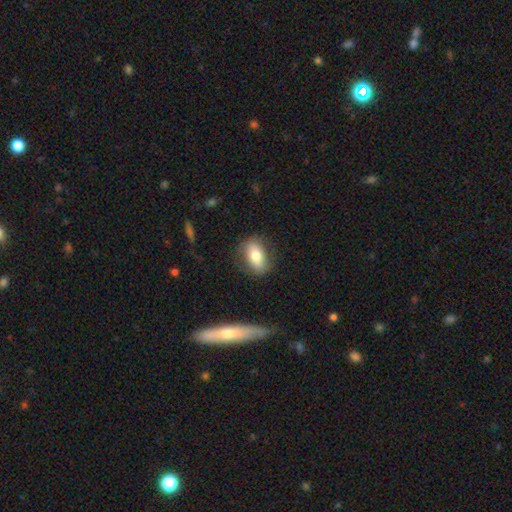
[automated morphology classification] This is likely a smooth galaxy (70%). How rounded: clearly in between (83%). Merging: likely none (79%).